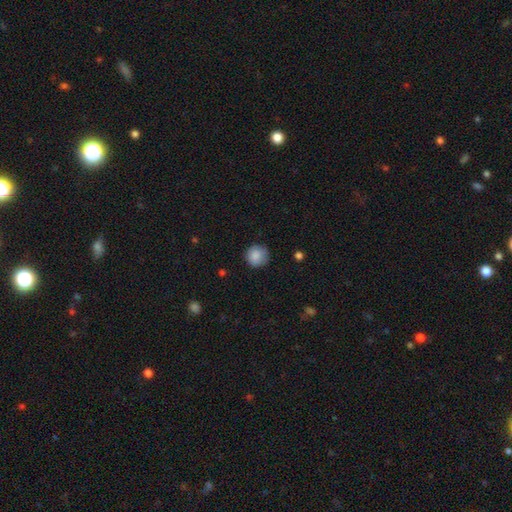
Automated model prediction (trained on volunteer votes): A smooth galaxy with no disk features (87%) that is round (94%). Merging: none (84%).